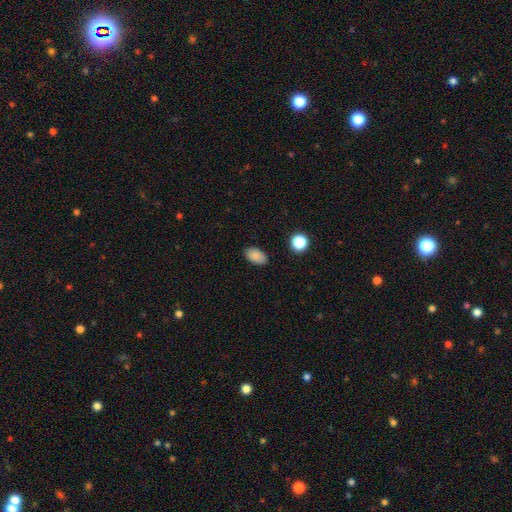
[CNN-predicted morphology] type=smooth (87%); roundness=in between (91%); merging=none (87%).